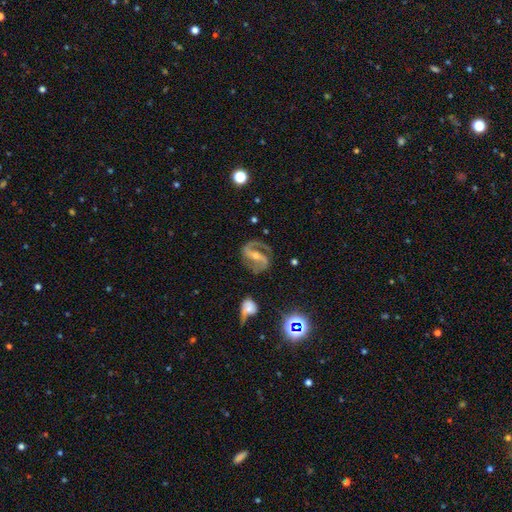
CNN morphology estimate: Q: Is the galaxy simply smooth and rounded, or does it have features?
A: featured or disk — 90%.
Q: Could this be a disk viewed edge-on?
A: no — 97%.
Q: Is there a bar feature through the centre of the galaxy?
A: strong — 65%.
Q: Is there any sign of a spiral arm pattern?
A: yes — 97%.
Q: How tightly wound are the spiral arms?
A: medium — 56%.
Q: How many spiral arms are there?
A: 2 — 92%.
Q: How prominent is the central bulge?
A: small — 52%.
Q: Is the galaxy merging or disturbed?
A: none — 77%.